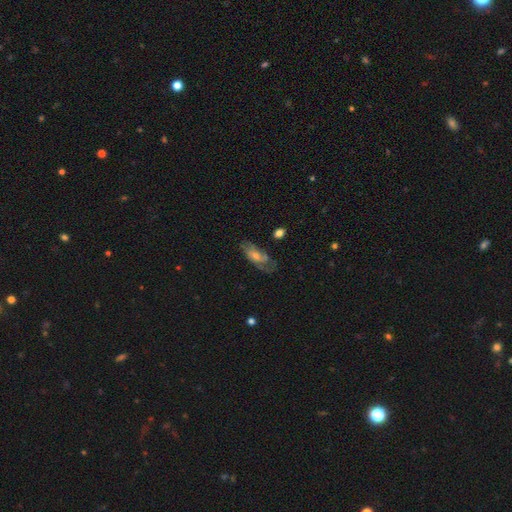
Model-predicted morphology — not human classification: This appears to be a featured or disk galaxy (62%) with no bar (67%), spiral arms (77%) and a small central bulge (47%). Merging: none (60%).